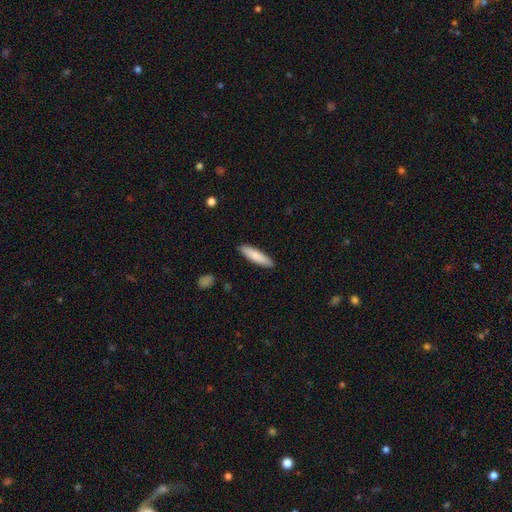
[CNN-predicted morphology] Overall: smooth (82%). How rounded: cigar-shaped (78%). Merging: none (89%).